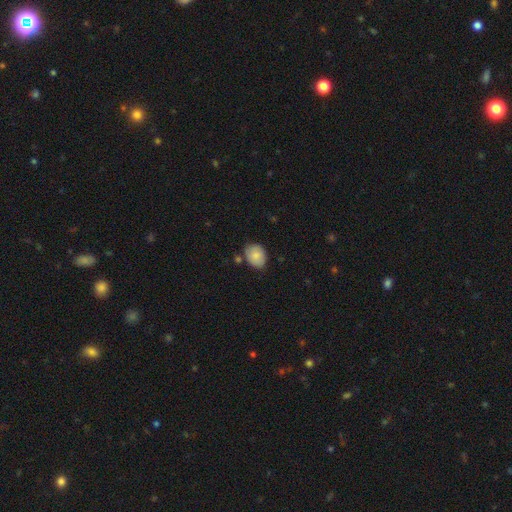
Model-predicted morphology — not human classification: type=smooth (83%); roundness=in between (63%); merging=none (71%).